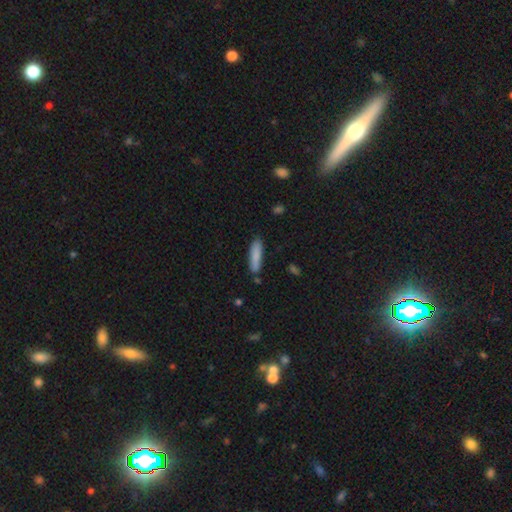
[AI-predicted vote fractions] Overall: smooth (86%). How rounded: cigar-shaped (73%). Merging: none (83%).